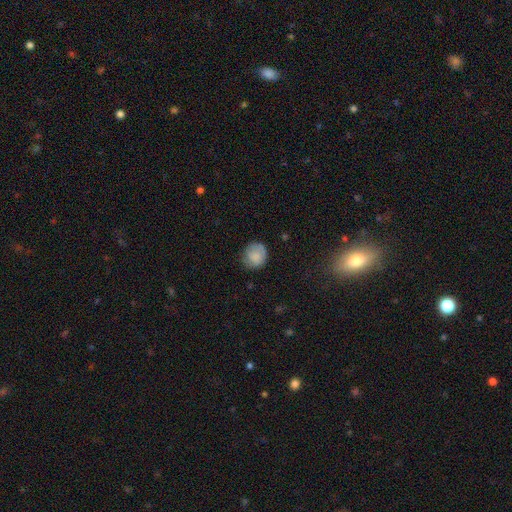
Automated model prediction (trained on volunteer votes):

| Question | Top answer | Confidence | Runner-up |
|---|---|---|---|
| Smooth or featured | smooth | 79% | featured or disk (13%) |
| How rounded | round | 85% | in between (14%) |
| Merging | none | 72% | minor disturbance (21%) |